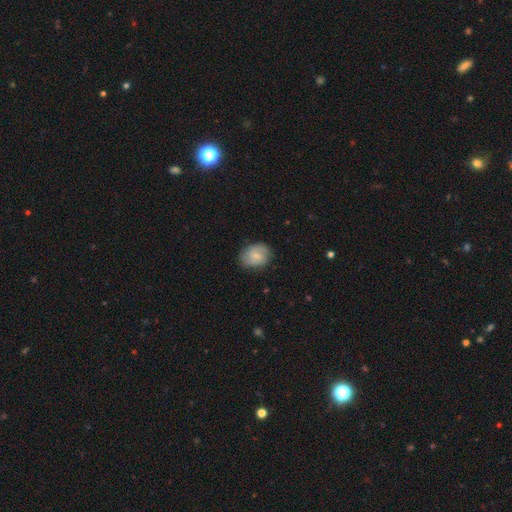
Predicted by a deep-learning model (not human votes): A smooth galaxy with no disk features (59%) that is round (54%). Merging: none (79%).